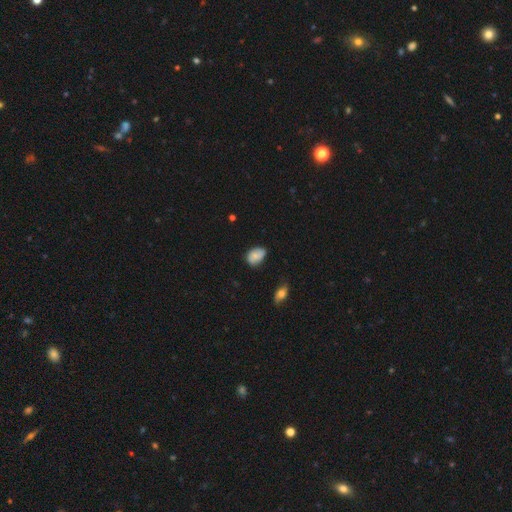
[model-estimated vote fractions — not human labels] Smooth or featured?
  - smooth: 69% *
  - featured or disk: 22%
  - star or artifact: 9%
How rounded?
  - in between: 78% *
  - round: 20%
  - cigar-shaped: 1%
Merging?
  - none: 64% *
  - minor disturbance: 29%
  - major disturbance: 5%
  - merger: 2%